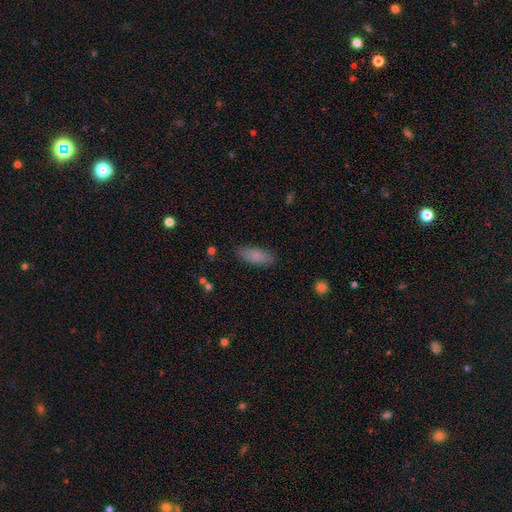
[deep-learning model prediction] smooth 85%, featured or disk 8%, star or artifact 7%. Down the decision tree: how rounded — in between (74%); merging — none (85%).